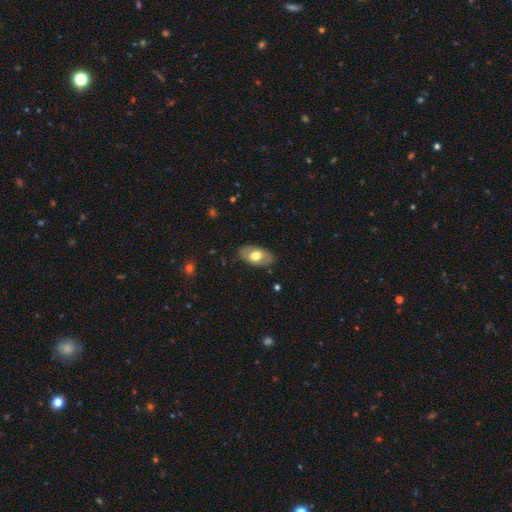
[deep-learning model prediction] smooth-or-featured: smooth: 61% | featured or disk: 33% | star or artifact: 6%
  how-rounded: in between: 93% | round: 5% | cigar-shaped: 2%
  merging: none: 84% | minor disturbance: 12% | major disturbance: 3% | merger: 1%